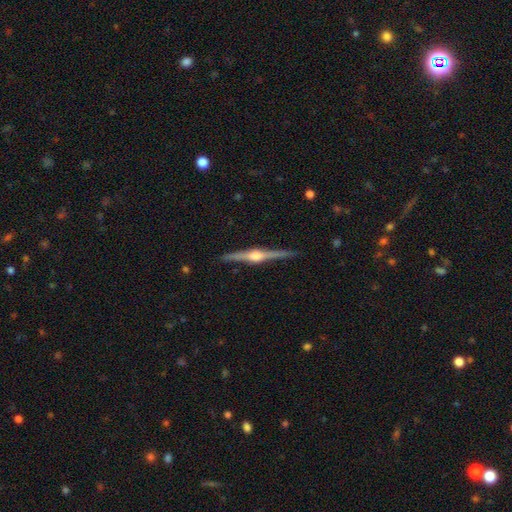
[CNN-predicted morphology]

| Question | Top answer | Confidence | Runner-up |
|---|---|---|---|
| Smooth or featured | featured or disk | 86% | smooth (9%) |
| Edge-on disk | yes | 99% | no (1%) |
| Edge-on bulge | rounded | 93% | boxy (5%) |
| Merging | none | 90% | minor disturbance (7%) |